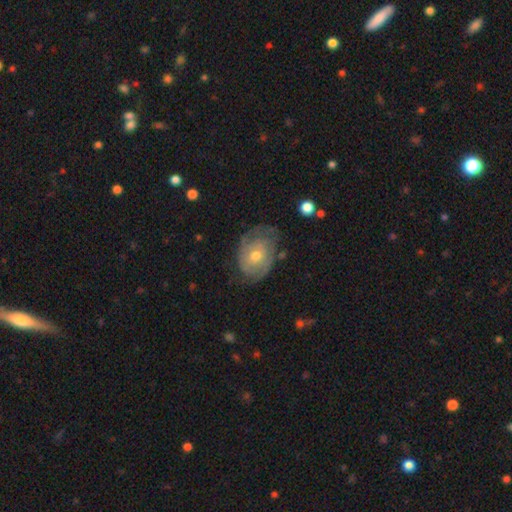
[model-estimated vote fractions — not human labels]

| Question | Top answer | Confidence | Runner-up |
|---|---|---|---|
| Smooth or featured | featured or disk | 71% | smooth (22%) |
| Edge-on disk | no | 96% | yes (4%) |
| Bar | no | 75% | weak (22%) |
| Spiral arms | yes | 85% | no (15%) |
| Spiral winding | tight | 61% | medium (28%) |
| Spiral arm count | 2 | 44% | can't tell (35%) |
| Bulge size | moderate | 63% | small (33%) |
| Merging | none | 62% | minor disturbance (25%) |